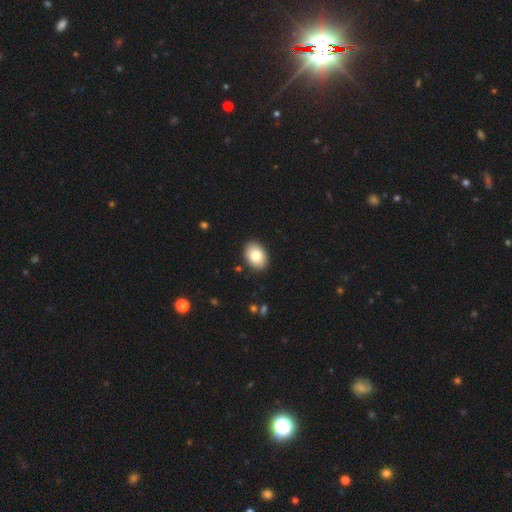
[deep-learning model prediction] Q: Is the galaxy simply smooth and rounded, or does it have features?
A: smooth — 80%.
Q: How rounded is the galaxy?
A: in between — 79%.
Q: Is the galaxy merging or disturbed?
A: none — 90%.